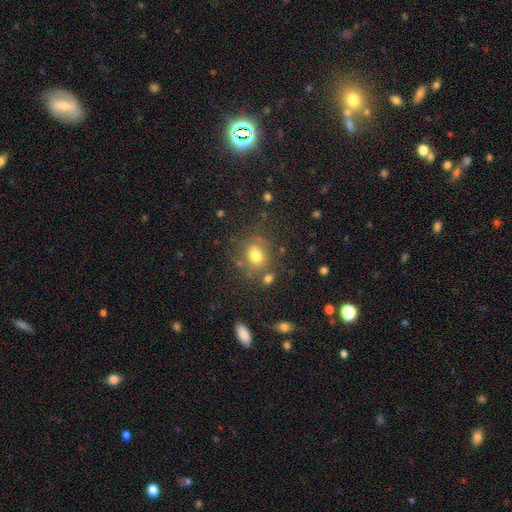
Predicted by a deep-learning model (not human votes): A smooth galaxy with no disk features (73%) that is round (52%). Merging: none (68%).